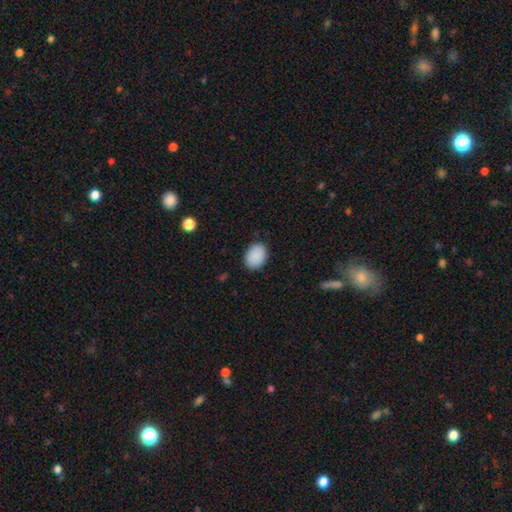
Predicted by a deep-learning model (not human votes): Smooth or featured? smooth (90%)
How rounded? in between (66%)
Merging? none (87%)